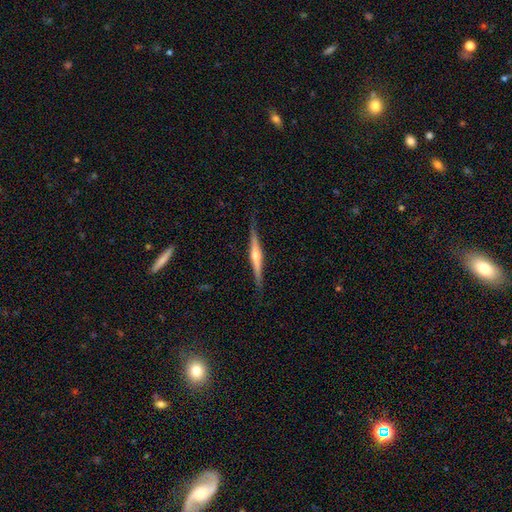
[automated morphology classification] featured or disk 79%, smooth 16%, star or artifact 5%. Down the decision tree: edge-on disk — yes (98%); edge-on bulge — rounded (82%); merging — none (87%).